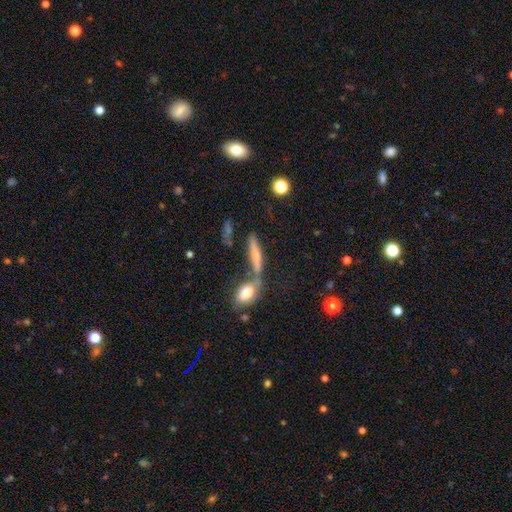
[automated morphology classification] A smooth galaxy with no disk features (53%) that is cigar-shaped (73%).

Vote fractions:
- Smooth or featured? smooth: 53% / featured or disk: 36% / star or artifact: 11%
- How rounded? cigar-shaped: 73% / in between: 21% / round: 5%
- Merging? none: 50% / merger: 33% / minor disturbance: 12% / major disturbance: 6%